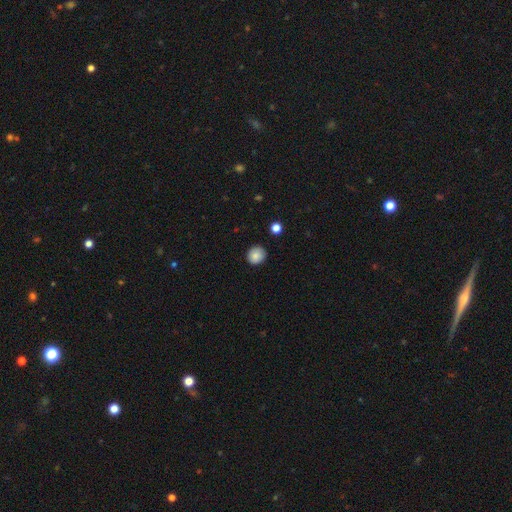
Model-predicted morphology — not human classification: Overall: smooth (85%). How rounded: round (86%). Merging: none (87%).